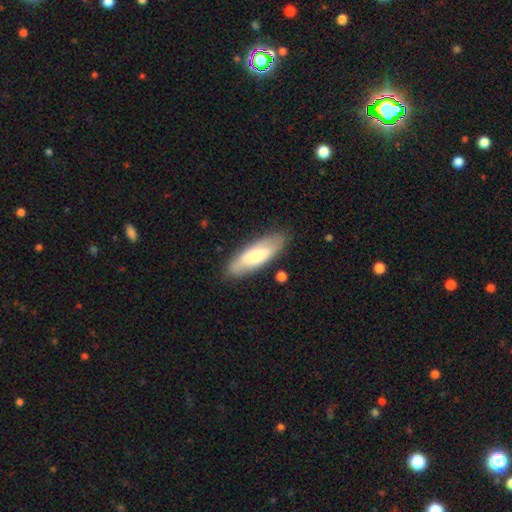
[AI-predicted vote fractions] Smooth or featured? Predicted: smooth (p=0.64). How rounded? Predicted: in between (p=0.60). Merging? Predicted: none (p=0.82).